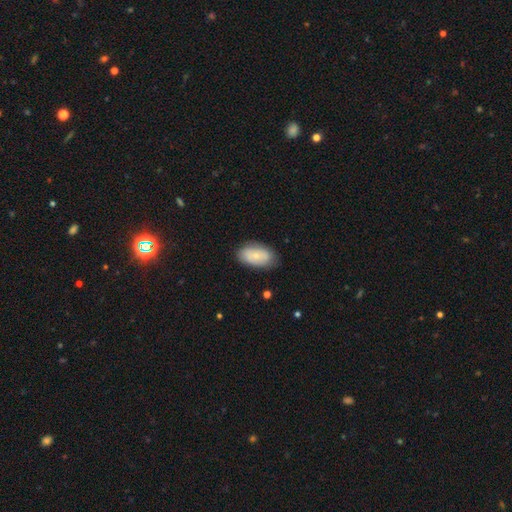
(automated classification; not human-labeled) Morphology: type=smooth (66%); roundness=in between (92%); merging=none (79%).